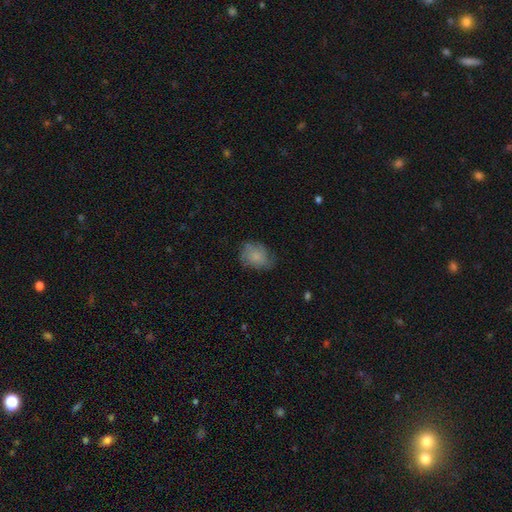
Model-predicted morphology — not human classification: smooth_or_featured: smooth (p=0.59) [alt: featured or disk p=0.32]
how_rounded: in between (p=0.55) [alt: round p=0.43]
merging: none (p=0.63) [alt: minor disturbance p=0.26]